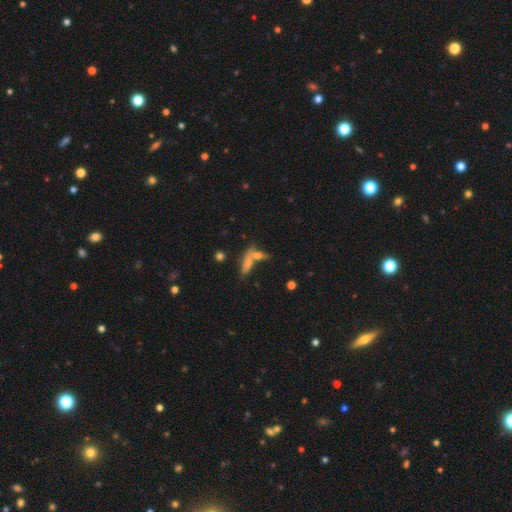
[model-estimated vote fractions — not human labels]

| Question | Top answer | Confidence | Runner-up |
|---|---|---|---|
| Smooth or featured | smooth | 55% | featured or disk (30%) |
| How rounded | cigar-shaped | 45% | tied: in between (45%) |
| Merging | merger | 45% | none (39%) |